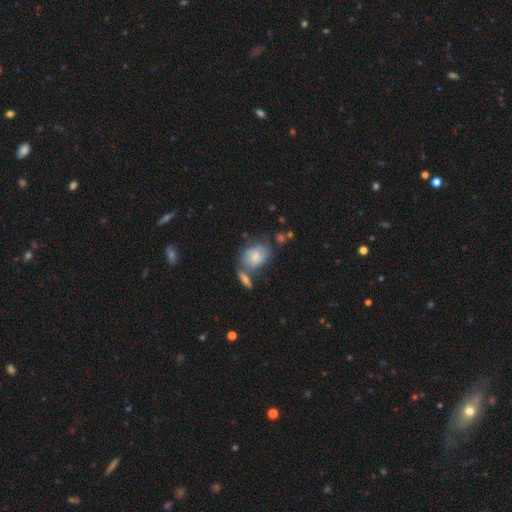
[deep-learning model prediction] smooth 53%, featured or disk 36%, star or artifact 11%. Down the decision tree: how rounded — in between (69%); merging — none (47%).